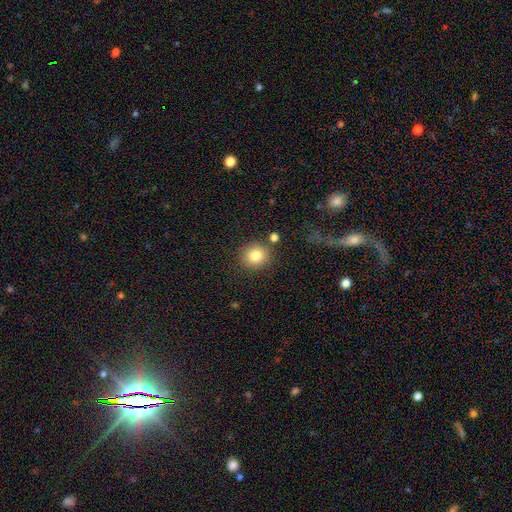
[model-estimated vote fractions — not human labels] Smooth or featured? smooth (82%)
How rounded? round (86%)
Merging? none (83%)